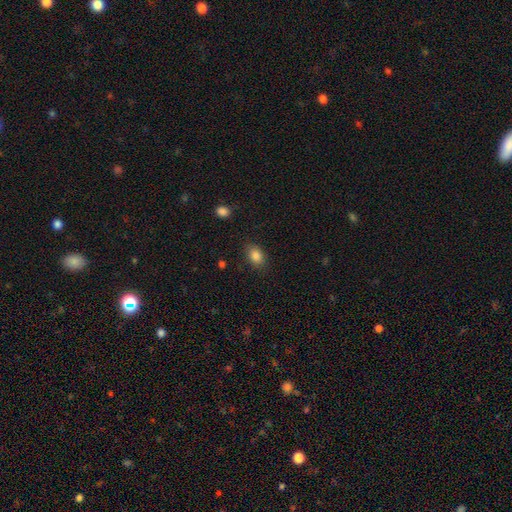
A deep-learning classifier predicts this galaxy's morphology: smooth-or-featured: smooth: 85% | star or artifact: 9% | featured or disk: 6%
  how-rounded: in between: 75% | round: 23% | cigar-shaped: 1%
  merging: none: 84% | minor disturbance: 12% | major disturbance: 3% | merger: 1%